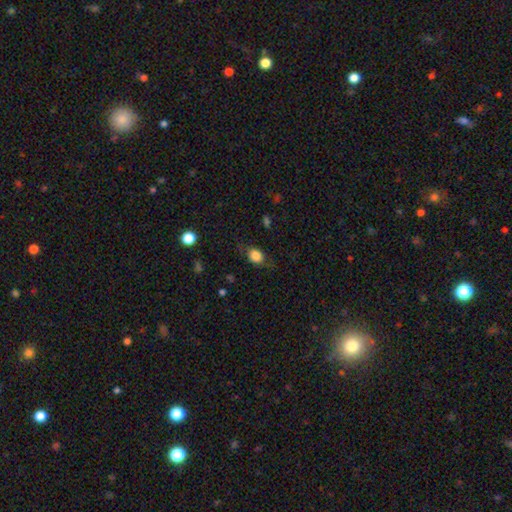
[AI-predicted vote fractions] A smooth galaxy with no disk features (79%) that is in between round and cigar-shaped (53%). Merging: none (69%).